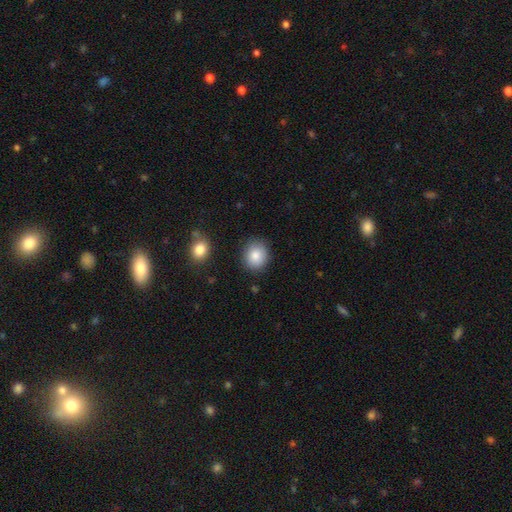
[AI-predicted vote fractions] smooth 85%, star or artifact 8%, featured or disk 7%. Down the decision tree: how rounded — round (69%); merging — none (85%).